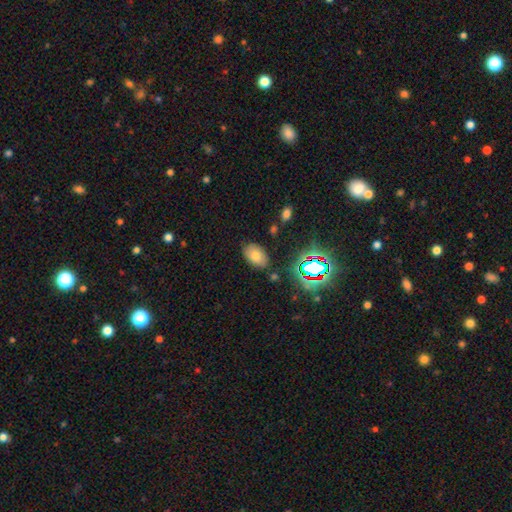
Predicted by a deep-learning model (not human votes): Smooth or featured? smooth (65%)
How rounded? in between (89%)
Merging? none (83%)